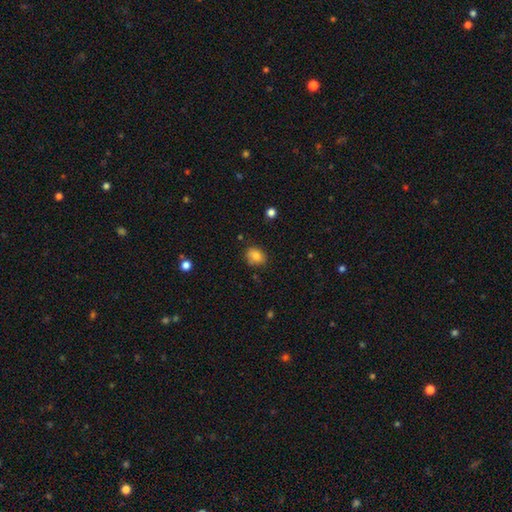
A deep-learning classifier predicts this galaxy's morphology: A smooth galaxy with no disk features (83%) that is round (53%).

Vote fractions:
- Smooth or featured? smooth: 83% / star or artifact: 10% / featured or disk: 7%
- How rounded? round: 53% / in between: 46% / cigar-shaped: 1%
- Merging? none: 77% / minor disturbance: 17% / major disturbance: 3% / merger: 3%